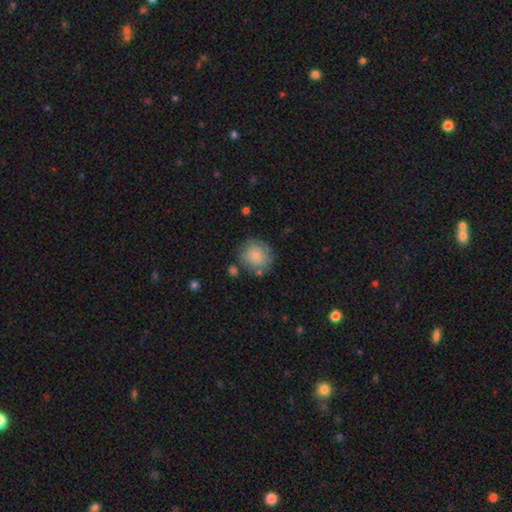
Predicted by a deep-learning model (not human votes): Smooth or featured?
  - smooth: 80% *
  - featured or disk: 13%
  - star or artifact: 7%
How rounded?
  - round: 86% *
  - in between: 13%
  - cigar-shaped: 1%
Merging?
  - none: 74% *
  - minor disturbance: 16%
  - merger: 5%
  - major disturbance: 5%